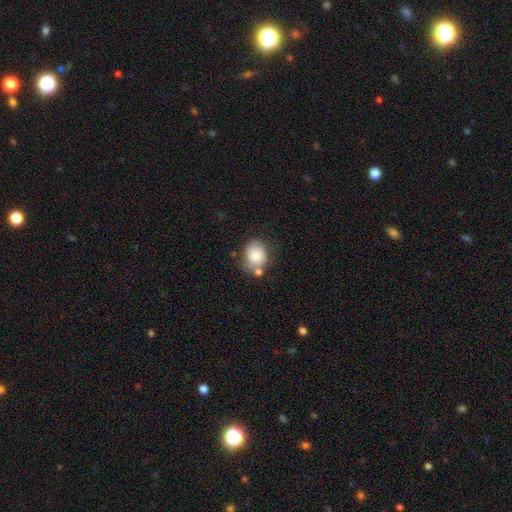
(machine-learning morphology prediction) Overall: smooth (81%). How rounded: round (59%; in between 41%). Merging: none (51%; minor disturbance 23%).